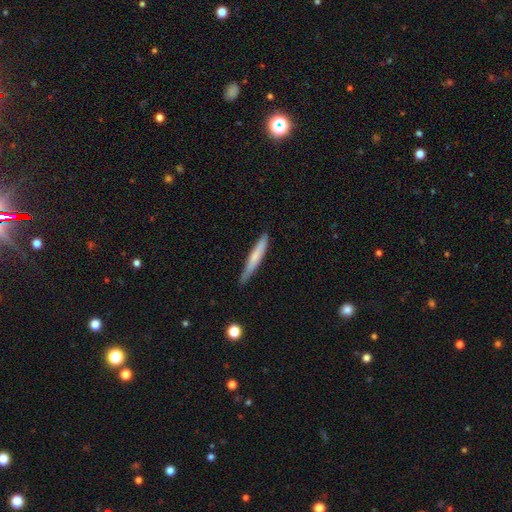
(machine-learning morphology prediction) smooth 62%, featured or disk 32%, star or artifact 6%. Down the decision tree: how rounded — cigar-shaped (95%); merging — none (80%).